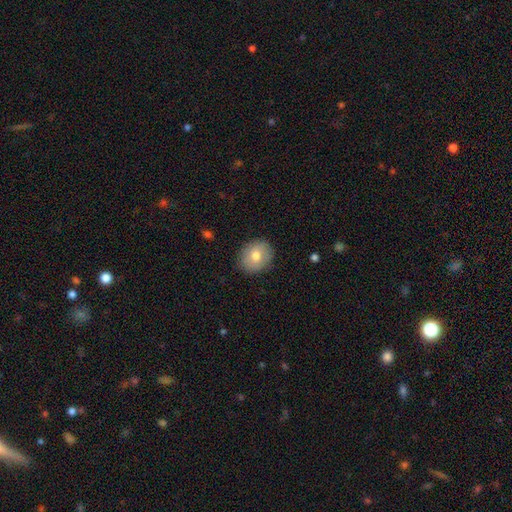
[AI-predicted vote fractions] Smooth or featured? smooth (75%)
How rounded? round (61%)
Merging? none (87%)